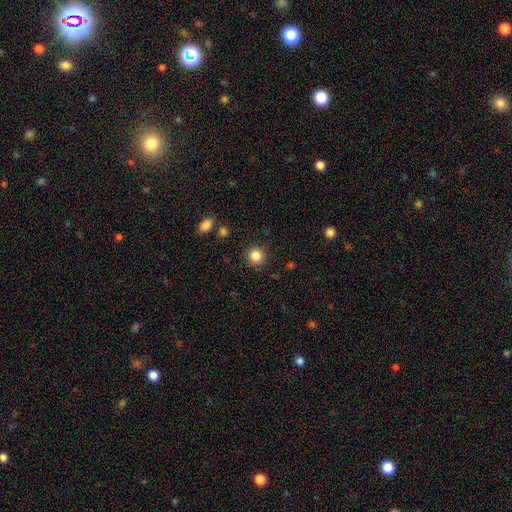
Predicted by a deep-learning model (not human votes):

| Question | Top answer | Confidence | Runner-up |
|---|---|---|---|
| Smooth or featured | smooth | 85% | star or artifact (11%) |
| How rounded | round | 92% | in between (7%) |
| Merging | none | 88% | minor disturbance (7%) |